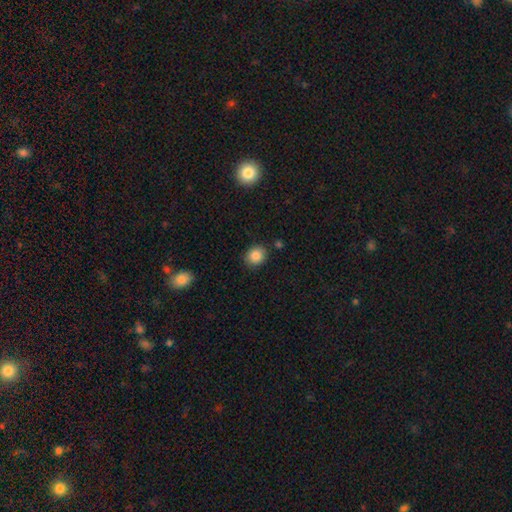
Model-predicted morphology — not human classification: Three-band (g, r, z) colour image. It shows a smooth galaxy with no disk features (86%) that is round (69%). Merging: none (84%).